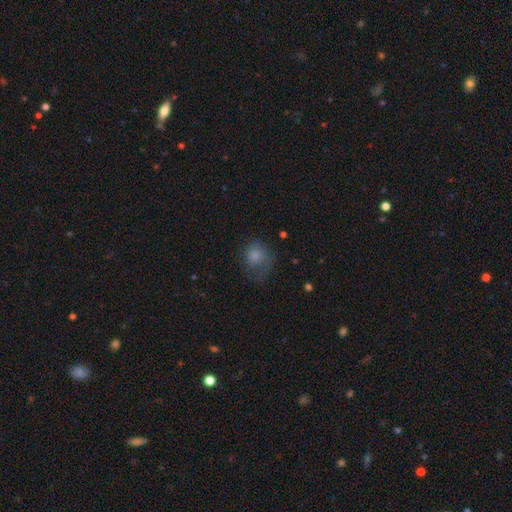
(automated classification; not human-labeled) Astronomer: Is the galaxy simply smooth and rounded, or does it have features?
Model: smooth — 76%.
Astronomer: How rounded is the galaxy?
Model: round — 60% (runner-up: in between, 39%).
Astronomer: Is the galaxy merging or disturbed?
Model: none — 39% (runner-up: major disturbance, 31%).